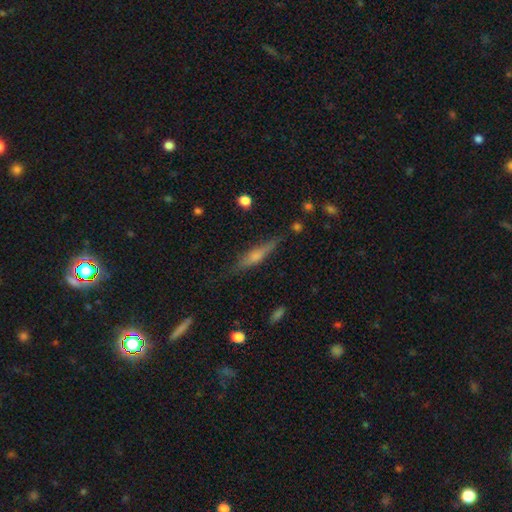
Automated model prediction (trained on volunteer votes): Smooth or featured? featured or disk (58%)
Edge-on disk? yes (94%)
Edge-on bulge? rounded (74%)
Merging? none (81%)